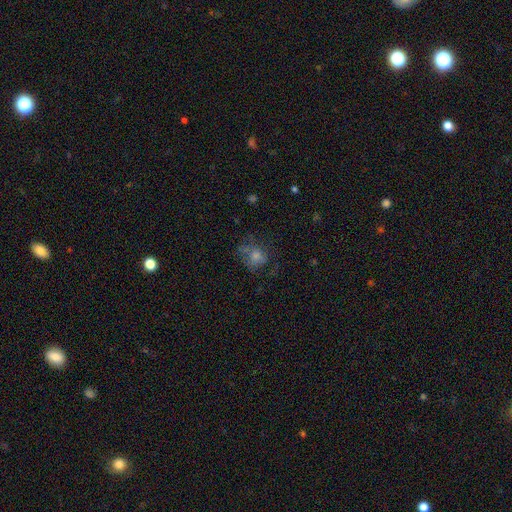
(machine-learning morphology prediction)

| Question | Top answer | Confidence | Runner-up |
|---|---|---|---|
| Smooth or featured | smooth | 49% | featured or disk (32%) |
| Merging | none | 54% | major disturbance (22%) |